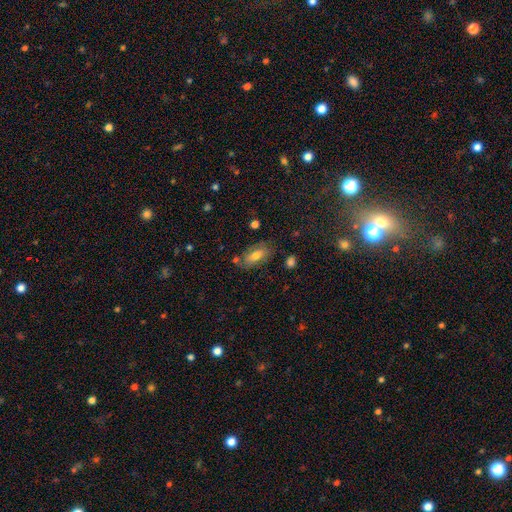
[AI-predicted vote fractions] Overall: smooth (66%). How rounded: in between (86%). Merging: none (74%).